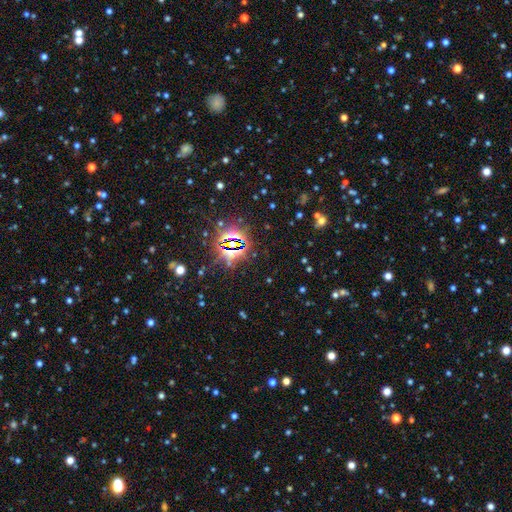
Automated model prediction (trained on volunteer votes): smooth-or-featured: star or artifact: 82% | smooth: 10% | featured or disk: 8%